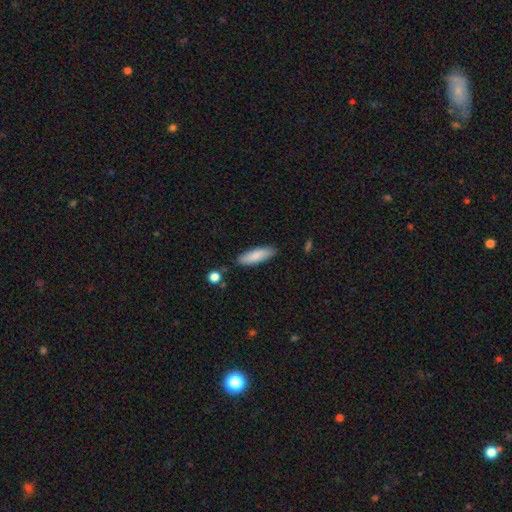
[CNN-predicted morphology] The model was most divided on "how rounded": cigar-shaped: 50%, in between: 49%, round: 1%. More confident: merging — none (84%); smooth or featured — smooth (84%).